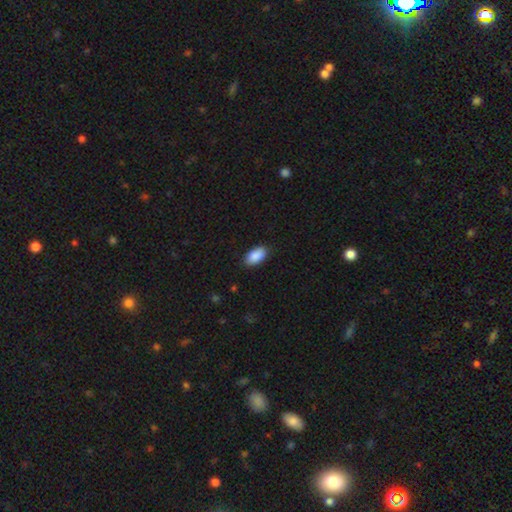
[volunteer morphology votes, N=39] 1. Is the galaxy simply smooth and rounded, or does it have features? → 100% smooth, 0% featured or disk, 0% star or artifact.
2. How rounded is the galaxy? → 95% in between, 3% round, 3% cigar-shaped.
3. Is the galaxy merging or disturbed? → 82% none, 13% minor disturbance, 5% major disturbance, 0% merger.